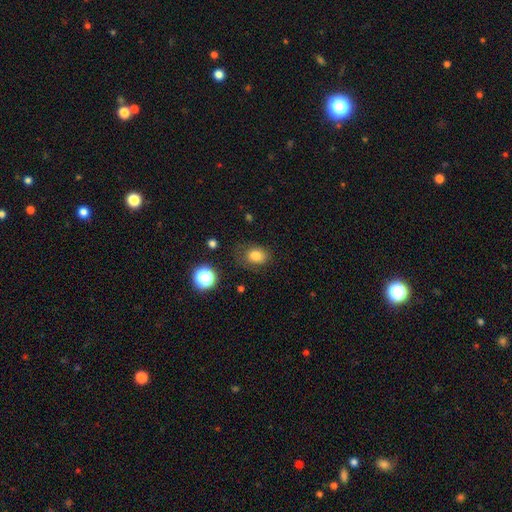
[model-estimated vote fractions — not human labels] The model was most divided on "how rounded": in between: 55%, round: 44%, cigar-shaped: 1%. More confident: smooth or featured — smooth (80%); merging — none (71%).